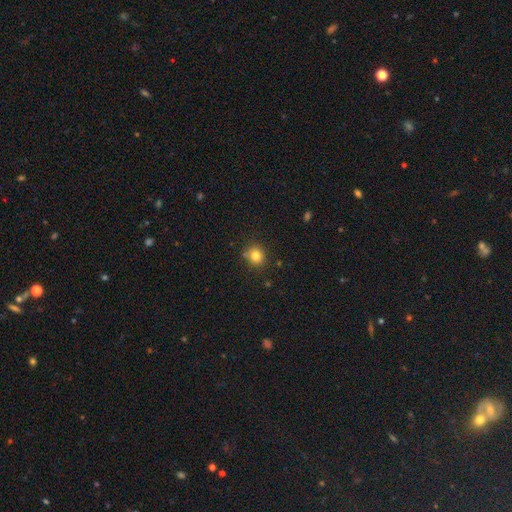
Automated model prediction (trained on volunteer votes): Overall: smooth (80%). How rounded: round (86%). Merging: none (81%).